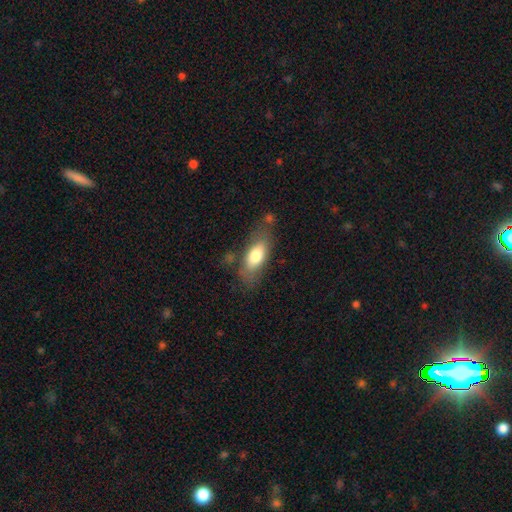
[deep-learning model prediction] A smooth galaxy with no disk features (72%) that is in between round and cigar-shaped (78%).

Vote fractions:
- Smooth or featured? smooth: 72% / featured or disk: 21% / star or artifact: 6%
- How rounded? in between: 78% / cigar-shaped: 18% / round: 4%
- Merging? none: 70% / minor disturbance: 19% / major disturbance: 7% / merger: 5%